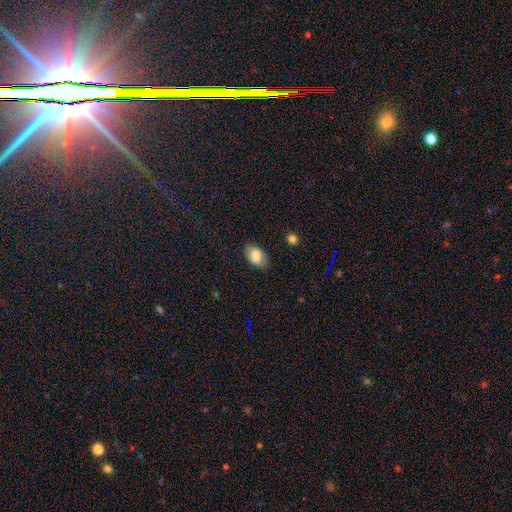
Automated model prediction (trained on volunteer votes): A smooth galaxy with no disk features (80%) that is in between round and cigar-shaped (91%). Merging: none (84%).